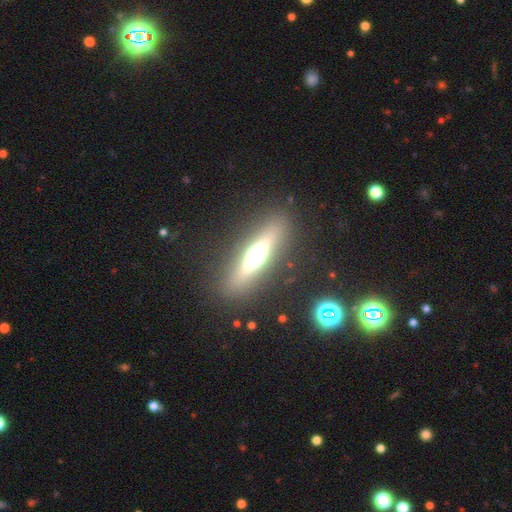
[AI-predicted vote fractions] Overall: featured or disk (59%; smooth 28%). Edge-on disk: yes (88%). Edge-on bulge: rounded (90%). Merging: none (85%).